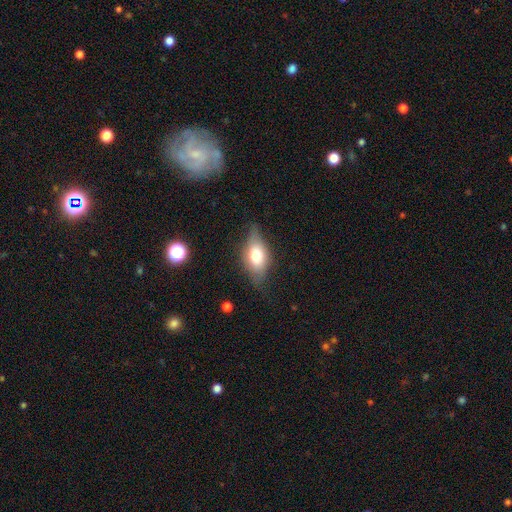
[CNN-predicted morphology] Overall: smooth (66%; featured or disk 26%). How rounded: in between (84%). Merging: none (66%).